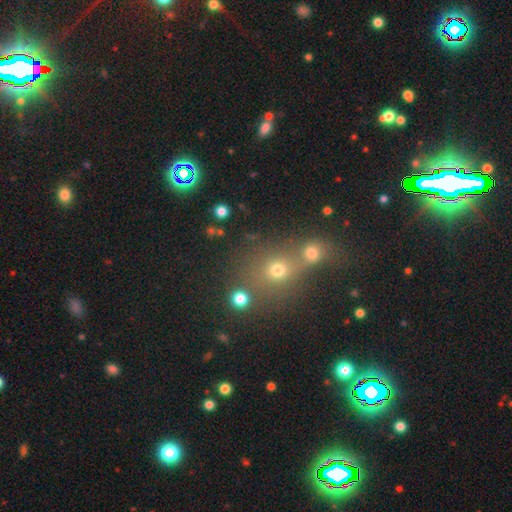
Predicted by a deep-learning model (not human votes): Q: Smooth or featured?
A: star or artifact (47%); runner-up: smooth (43%)